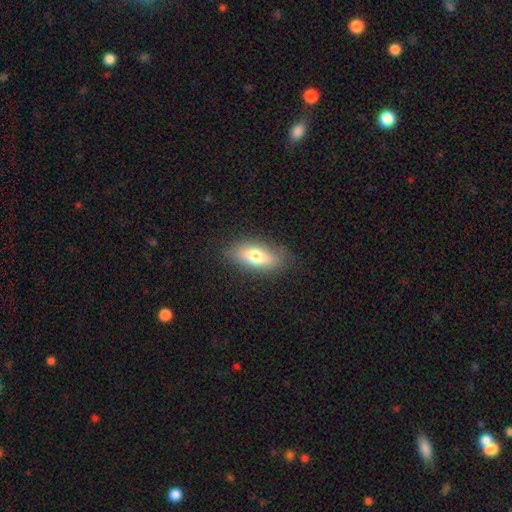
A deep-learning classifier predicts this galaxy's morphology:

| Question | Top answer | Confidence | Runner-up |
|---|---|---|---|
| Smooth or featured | smooth | 69% | featured or disk (23%) |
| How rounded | in between | 78% | cigar-shaped (16%) |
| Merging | none | 81% | minor disturbance (14%) |